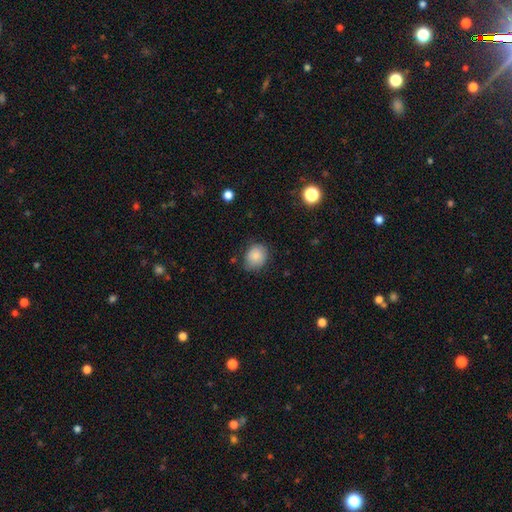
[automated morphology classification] The model was most divided on "how rounded": round: 63%, in between: 36%, cigar-shaped: 1%. More confident: smooth or featured — smooth (85%); merging — none (71%).